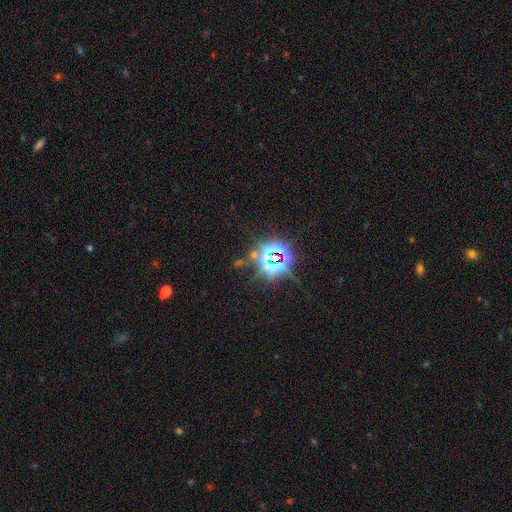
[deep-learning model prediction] This appears to be a star or artifact, not a galaxy (80%).